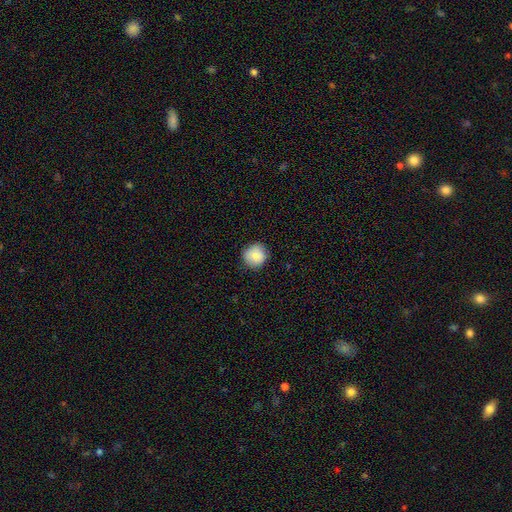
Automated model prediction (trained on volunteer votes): Morphology: type=smooth (85%); roundness=round (93%); merging=none (88%).